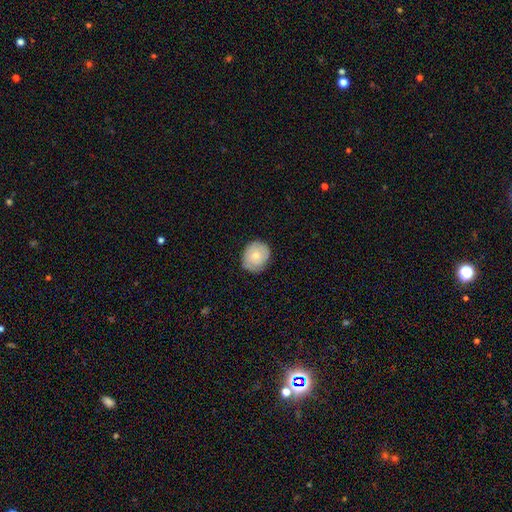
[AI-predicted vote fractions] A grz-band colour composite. It shows a smooth galaxy with no disk features (62%) that is round (76%). Merging: none (78%).